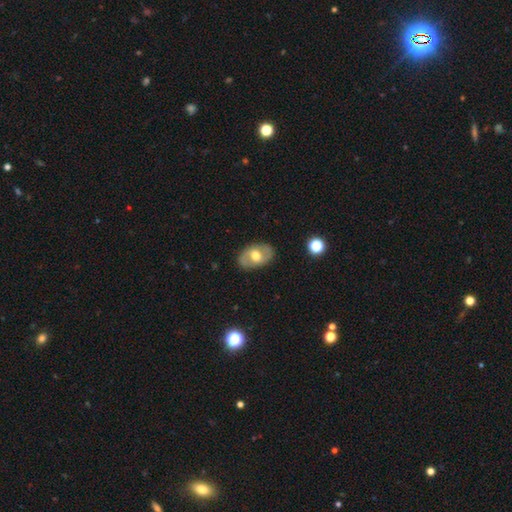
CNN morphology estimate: A featured or disk galaxy (56%) with no bar (55%), spiral arms (52%) and a moderate central bulge (69%). Merging: none (83%).